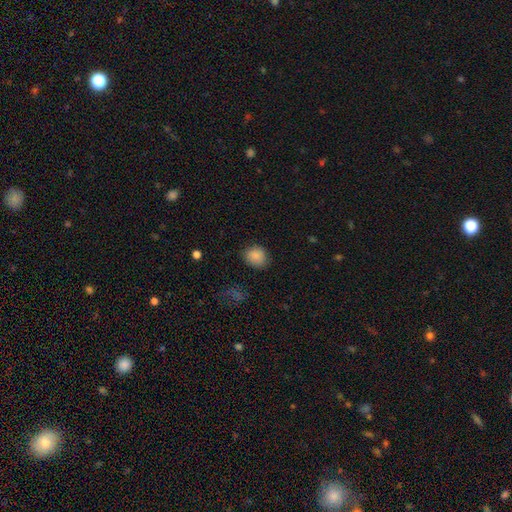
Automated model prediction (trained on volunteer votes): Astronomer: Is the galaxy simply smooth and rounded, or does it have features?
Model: smooth — 87%.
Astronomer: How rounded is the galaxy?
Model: round — 66%.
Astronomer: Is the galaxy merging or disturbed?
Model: none — 79%.